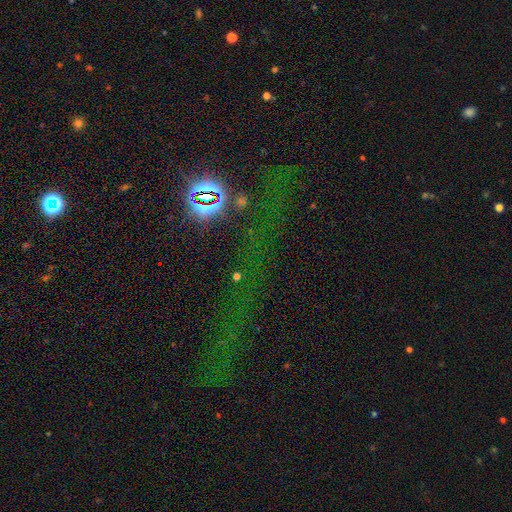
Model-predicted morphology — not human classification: type=star or artifact (76%).